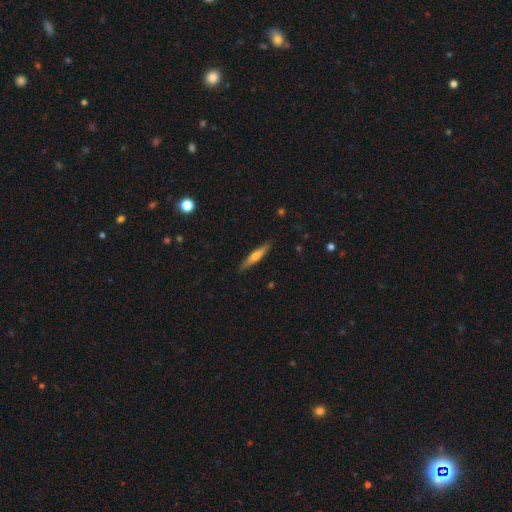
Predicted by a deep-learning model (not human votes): Morphology: type=smooth (51%); roundness=cigar-shaped (89%); merging=none (88%).